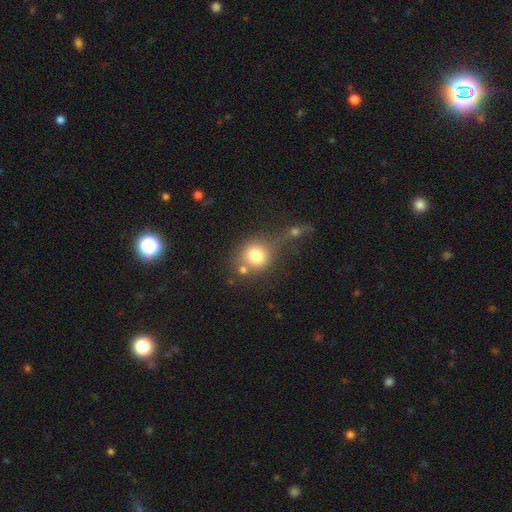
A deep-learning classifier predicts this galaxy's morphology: Smooth or featured: smooth — 77% (featured or disk — 12%)
How rounded: round — 71% (in between — 27%)
Merging: none — 40% (merger — 34%)